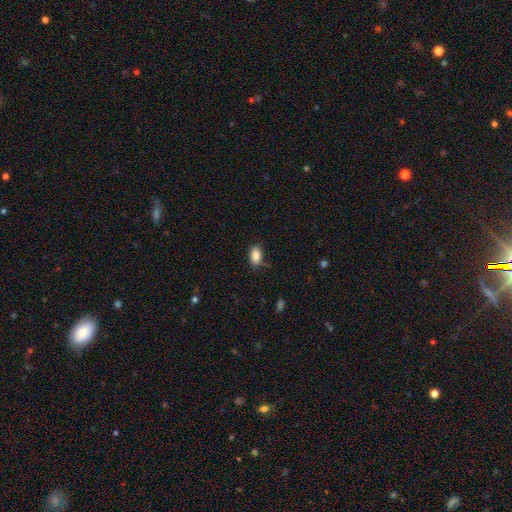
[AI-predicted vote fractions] Smooth or featured? Predicted: smooth (p=0.88). How rounded? Predicted: in between (p=0.91). Merging? Predicted: none (p=0.83).